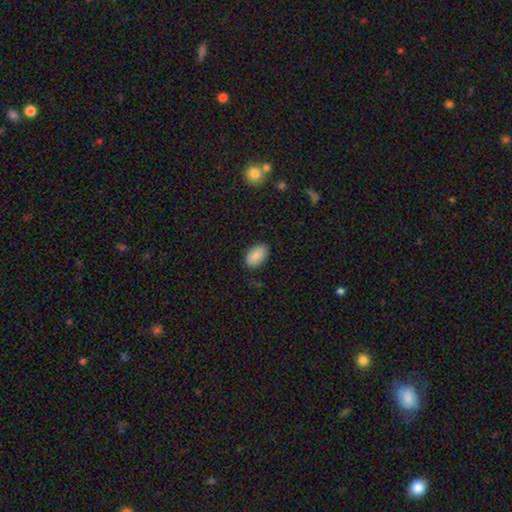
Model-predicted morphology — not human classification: smooth_or_featured: smooth (p=0.86) [alt: featured or disk p=0.07]
how_rounded: in between (p=0.92) [alt: round p=0.07]
merging: none (p=0.85) [alt: minor disturbance p=0.11]